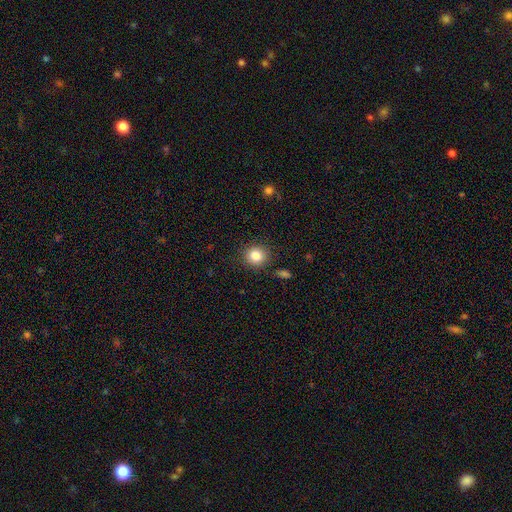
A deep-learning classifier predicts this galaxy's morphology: Smooth or featured? smooth (84%)
How rounded? round (84%)
Merging? none (87%)